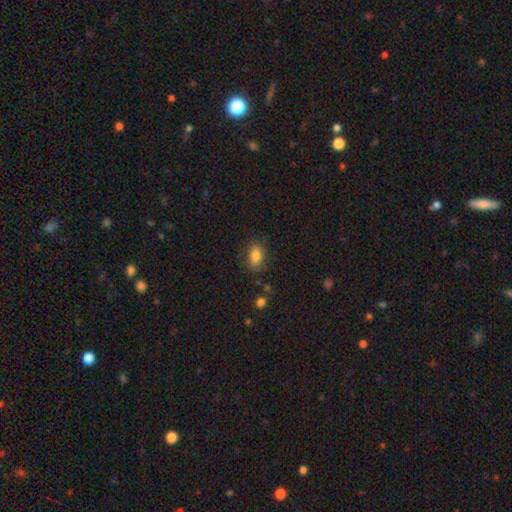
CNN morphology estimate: Overall: smooth (82%). How rounded: in between (85%). Merging: none (78%).